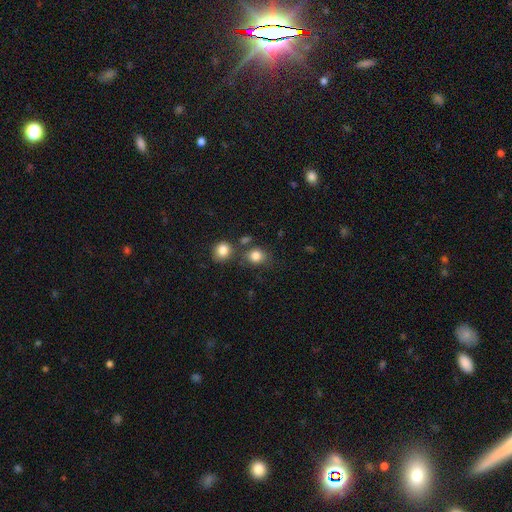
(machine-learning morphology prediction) Smooth or featured: smooth — 82% (star or artifact — 11%)
How rounded: round — 62% (in between — 37%)
Merging: none — 65% (merger — 15%)